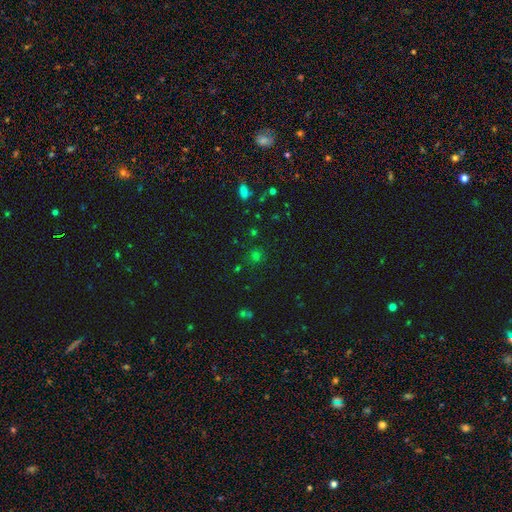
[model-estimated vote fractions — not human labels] Overall: smooth (52%; star or artifact 42%). How rounded: round (88%). Merging: none (83%).